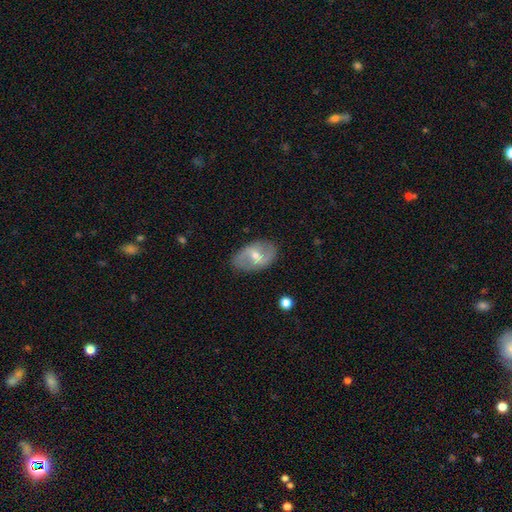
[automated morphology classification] Smooth or featured? Predicted: featured or disk (p=0.67). Edge-on disk? Predicted: no (p=0.95). Bar? Predicted: weak (p=0.48). Spiral arms? Predicted: yes (p=0.70). Bulge size? Predicted: moderate (p=0.54). Merging? Predicted: none (p=0.82).